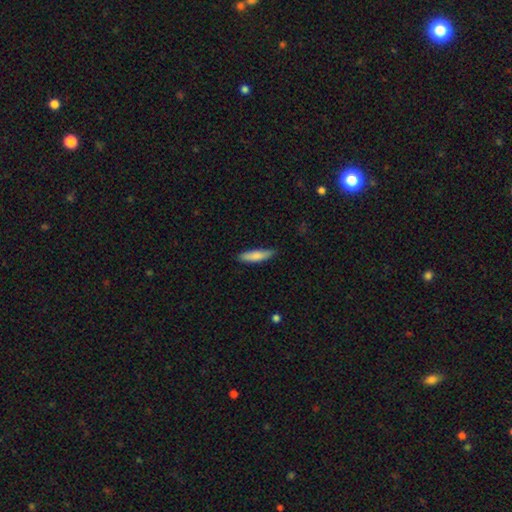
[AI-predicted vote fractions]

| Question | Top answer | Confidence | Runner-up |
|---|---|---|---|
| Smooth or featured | smooth | 82% | featured or disk (12%) |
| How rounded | cigar-shaped | 74% | in between (25%) |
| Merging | none | 81% | minor disturbance (15%) |